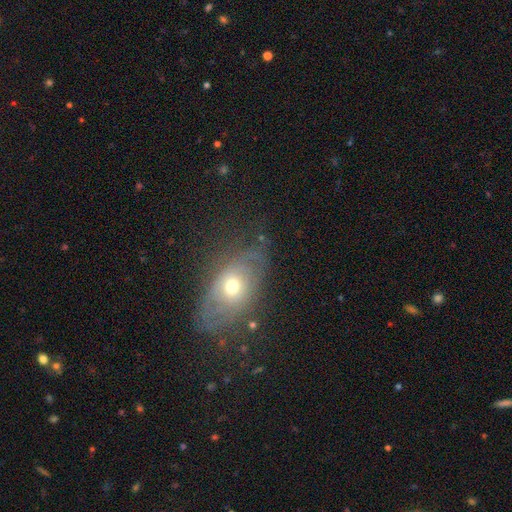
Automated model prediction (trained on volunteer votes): A featured or disk galaxy (46%).

Vote fractions:
- Smooth or featured? featured or disk: 46% / smooth: 40% / star or artifact: 15%
- Merging? none: 63% / minor disturbance: 23% / major disturbance: 12% / merger: 2%